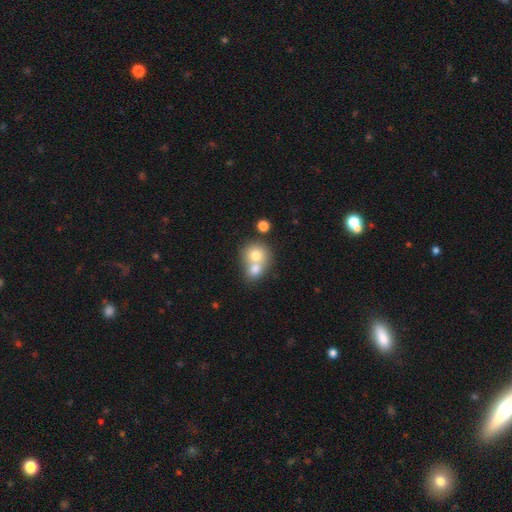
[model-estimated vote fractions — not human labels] A smooth galaxy with no disk features (70%) that is round (78%).

Vote fractions:
- Smooth or featured? smooth: 70% / featured or disk: 20% / star or artifact: 10%
- How rounded? round: 78% / in between: 21% / cigar-shaped: 1%
- Merging? merger: 66% / none: 26% / minor disturbance: 5% / major disturbance: 2%